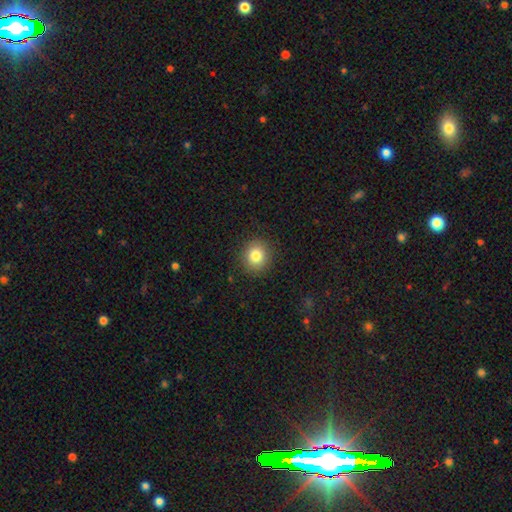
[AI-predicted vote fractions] smooth-or-featured: smooth: 83% | star or artifact: 10% | featured or disk: 7%
  how-rounded: round: 85% | in between: 14% | cigar-shaped: 1%
  merging: none: 90% | minor disturbance: 7% | major disturbance: 2% | merger: 1%